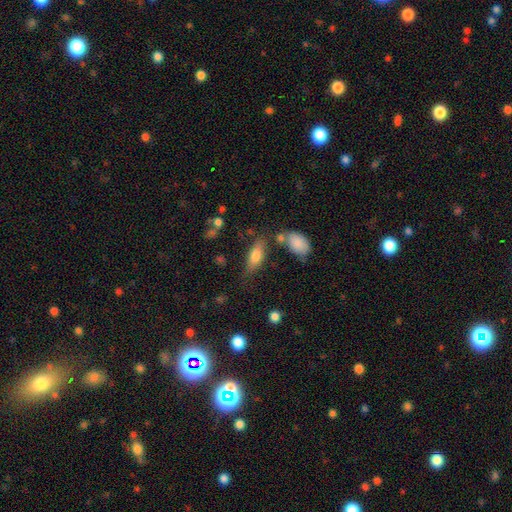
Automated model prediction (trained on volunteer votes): The model was most divided on "how rounded": in between: 69%, cigar-shaped: 28%, round: 3%. More confident: smooth or featured — smooth (71%); merging — none (63%).